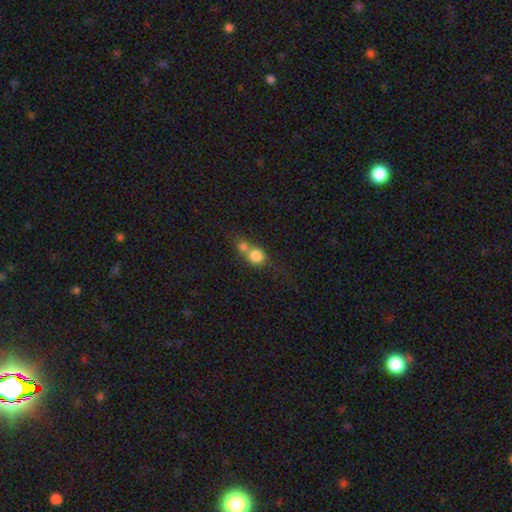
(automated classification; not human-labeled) A smooth galaxy with no disk features (77%) that is round (81%).

Vote fractions:
- Smooth or featured? smooth: 77% / featured or disk: 12% / star or artifact: 10%
- How rounded? round: 81% / in between: 18% / cigar-shaped: 2%
- Merging? merger: 63% / none: 27% / minor disturbance: 6% / major disturbance: 4%